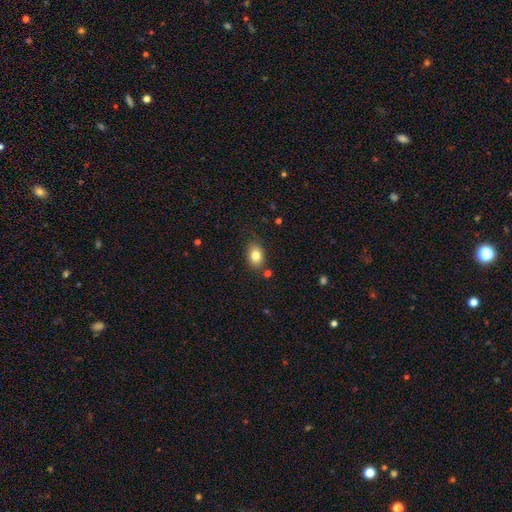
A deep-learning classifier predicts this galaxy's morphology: A smooth galaxy with no disk features (82%) that is in between round and cigar-shaped (75%).

Vote fractions:
- Smooth or featured? smooth: 82% / star or artifact: 9% / featured or disk: 9%
- How rounded? in between: 75% / round: 24% / cigar-shaped: 1%
- Merging? none: 80% / minor disturbance: 13% / merger: 4% / major disturbance: 3%